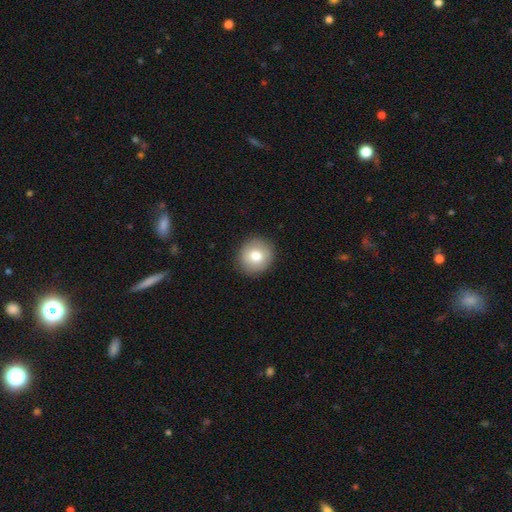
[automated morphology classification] Smooth or featured: smooth — 77% (featured or disk — 14%)
How rounded: round — 89% (in between — 10%)
Merging: none — 91% (minor disturbance — 7%)